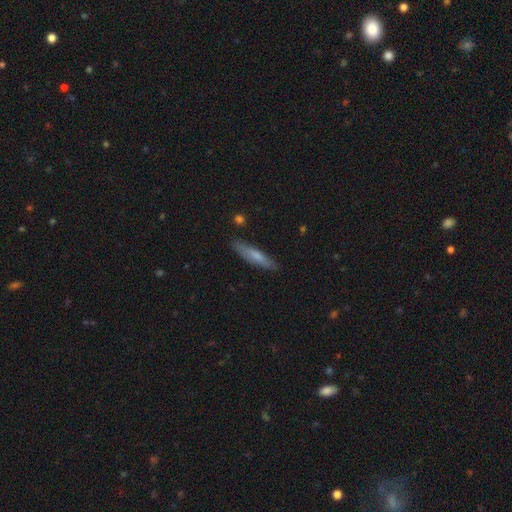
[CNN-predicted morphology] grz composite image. It shows a smooth galaxy with no disk features (67%) that is cigar-shaped (84%). Merging: none (85%).